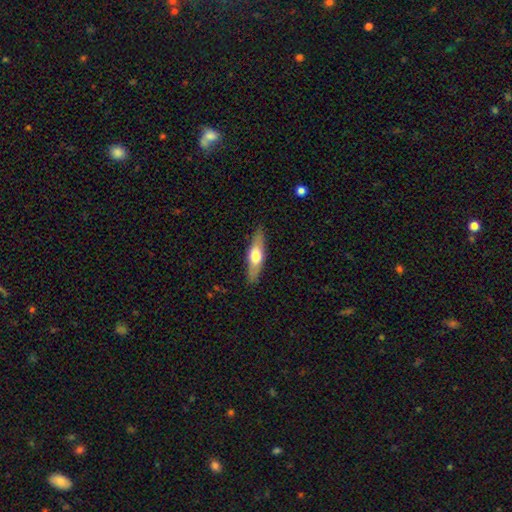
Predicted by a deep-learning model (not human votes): Smooth or featured: smooth — 50% (featured or disk — 44%)
How rounded: cigar-shaped — 61% (in between — 36%)
Merging: none — 88% (minor disturbance — 9%)